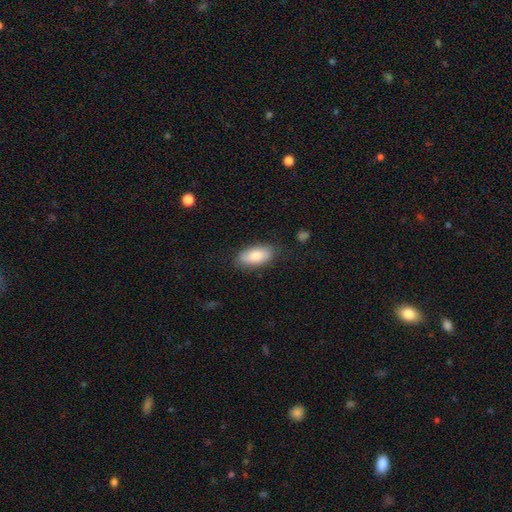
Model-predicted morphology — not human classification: Overall: smooth (80%). How rounded: in between (88%). Merging: none (82%).